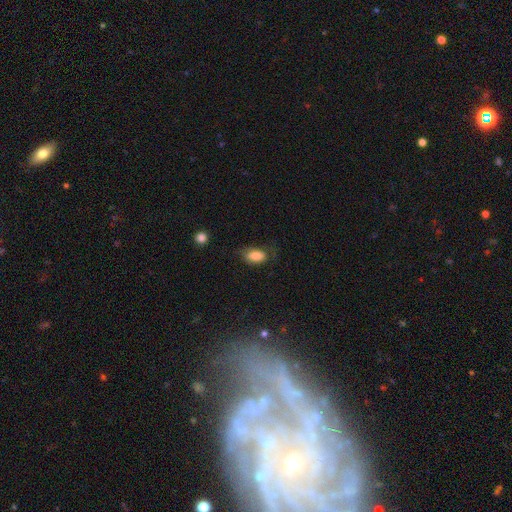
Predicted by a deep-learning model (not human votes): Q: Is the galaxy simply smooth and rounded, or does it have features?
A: smooth — 80%.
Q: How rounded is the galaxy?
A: in between — 91%.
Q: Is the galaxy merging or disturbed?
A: none — 58%.